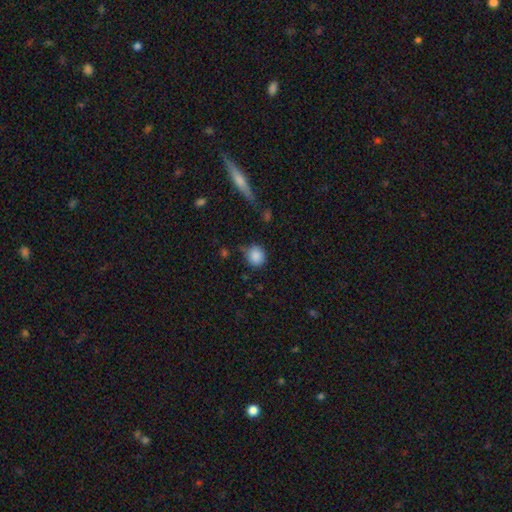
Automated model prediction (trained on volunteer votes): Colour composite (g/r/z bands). It shows a smooth galaxy with no disk features (87%) that is round (84%). Merging: none (71%).